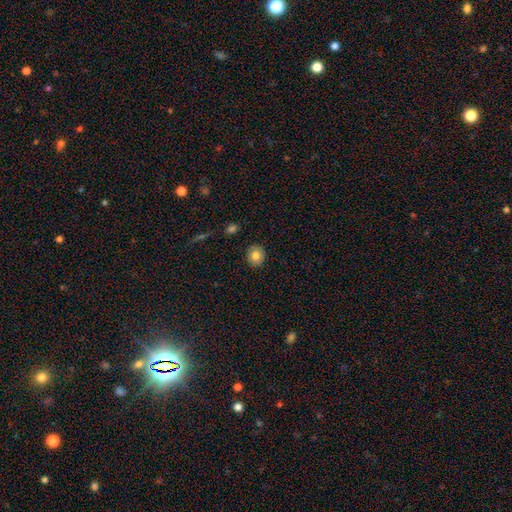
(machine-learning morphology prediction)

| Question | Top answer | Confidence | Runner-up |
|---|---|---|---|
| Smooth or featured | smooth | 79% | featured or disk (12%) |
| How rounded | round | 87% | in between (12%) |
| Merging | none | 89% | minor disturbance (8%) |